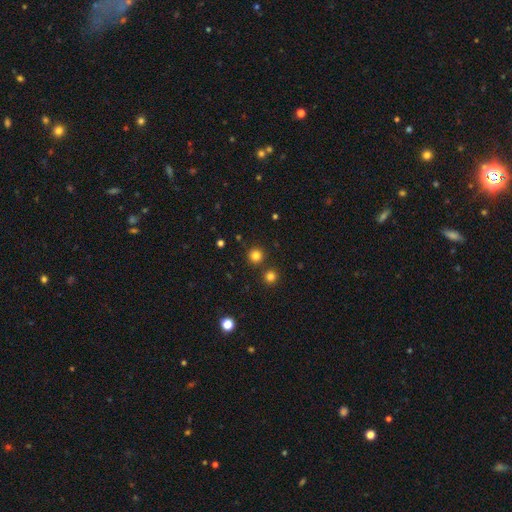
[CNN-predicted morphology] This is clearly a smooth galaxy (80%). How rounded: clearly round (95%). Merging: clearly none (88%).